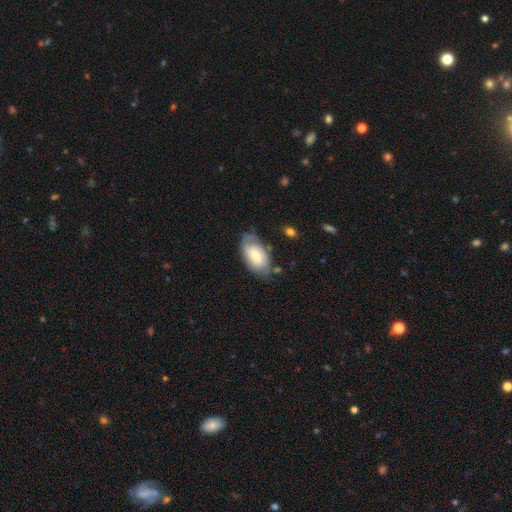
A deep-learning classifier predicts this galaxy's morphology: smooth-or-featured: smooth: 59% | featured or disk: 35% | star or artifact: 6%
  how-rounded: in between: 93% | round: 5% | cigar-shaped: 2%
  merging: none: 63% | minor disturbance: 26% | major disturbance: 7% | merger: 3%